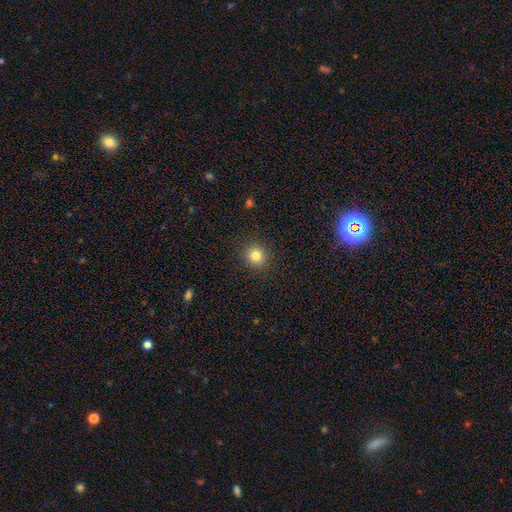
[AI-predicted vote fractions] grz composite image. It shows a smooth galaxy with no disk features (82%) that is round (92%). Merging: none (91%).